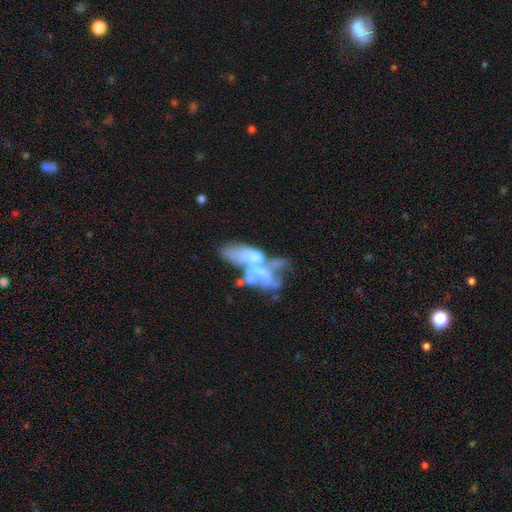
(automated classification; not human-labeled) Smooth or featured?
  - featured or disk: 64% *
  - smooth: 24%
  - star or artifact: 12%
Edge-on disk?
  - no: 93% *
  - yes: 7%
Bar?
  - no: 83% *
  - weak: 12%
  - strong: 5%
Spiral arms?
  - no: 83% *
  - yes: 17%
Bulge size?
  - none: 35% *
  - moderate: 32%
  - small: 25%
  - large: 6%
  - dominant: 2%
Merging?
  - merger: 61% *
  - major disturbance: 21%
  - none: 11%
  - minor disturbance: 7%